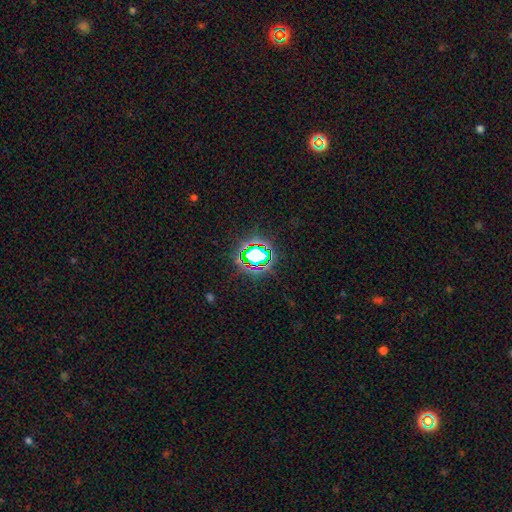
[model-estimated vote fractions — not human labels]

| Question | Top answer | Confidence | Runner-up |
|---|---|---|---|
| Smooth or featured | star or artifact | 65% | smooth (22%) |